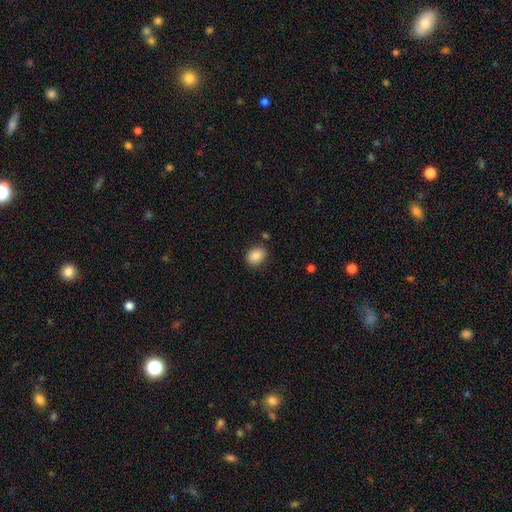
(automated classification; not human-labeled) smooth-or-featured: smooth: 85% | star or artifact: 8% | featured or disk: 6%
  how-rounded: in between: 55% | round: 44% | cigar-shaped: 1%
  merging: none: 82% | minor disturbance: 12% | merger: 3% | major disturbance: 3%